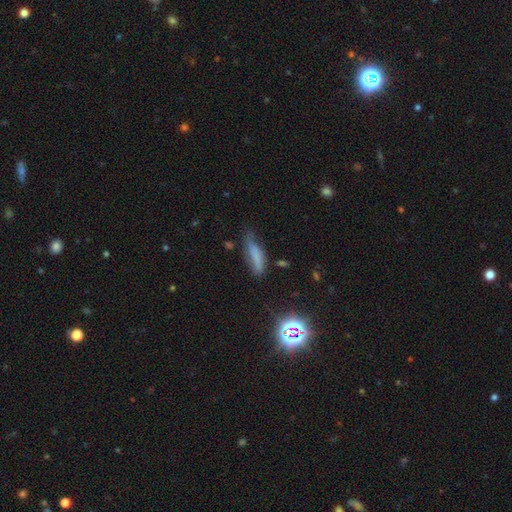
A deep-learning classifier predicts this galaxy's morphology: type=smooth (64%); roundness=cigar-shaped (61%); merging=none (46%).